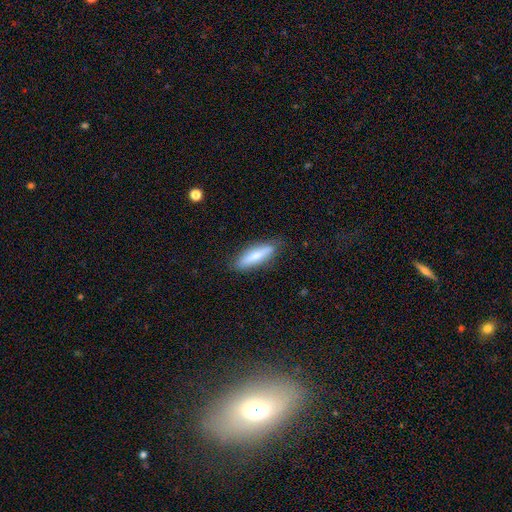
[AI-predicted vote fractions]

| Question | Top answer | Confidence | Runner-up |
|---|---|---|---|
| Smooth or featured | smooth | 69% | featured or disk (25%) |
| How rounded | cigar-shaped | 68% | in between (30%) |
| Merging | none | 83% | minor disturbance (13%) |